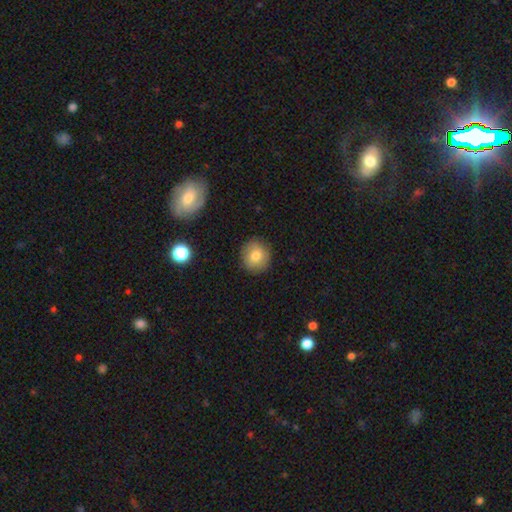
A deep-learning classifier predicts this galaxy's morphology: smooth 78%, featured or disk 12%, star or artifact 9%. Down the decision tree: how rounded — round (89%); merging — none (89%).